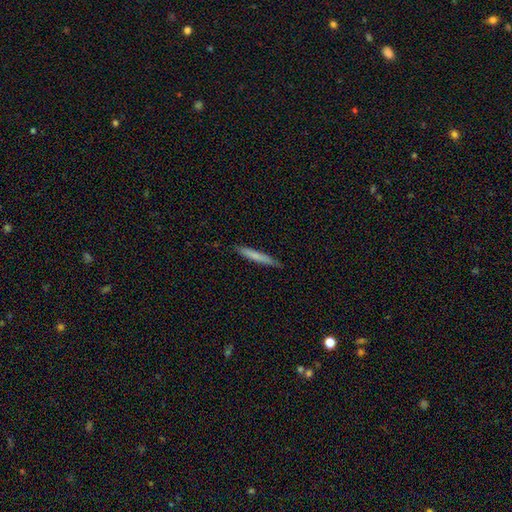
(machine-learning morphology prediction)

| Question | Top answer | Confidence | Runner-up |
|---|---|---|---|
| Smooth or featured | smooth | 71% | featured or disk (23%) |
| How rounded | cigar-shaped | 96% | in between (3%) |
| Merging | none | 88% | minor disturbance (10%) |